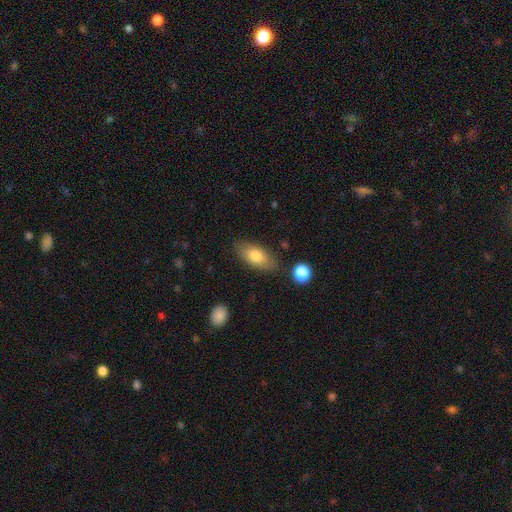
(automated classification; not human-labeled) This is likely a smooth galaxy (76%). How rounded: clearly in between (87%). Merging: likely none (80%).